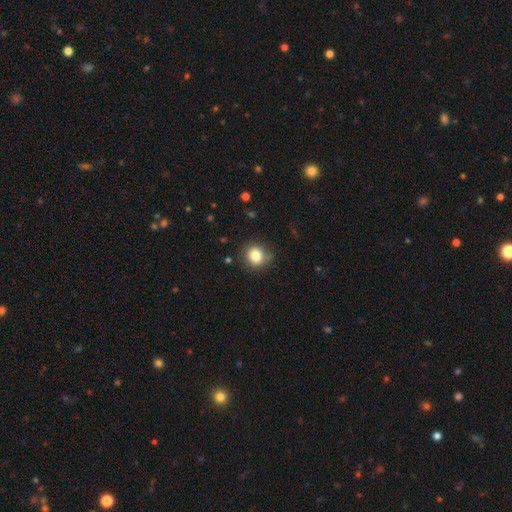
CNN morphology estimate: Q: Smooth or featured?
A: smooth (82%); runner-up: star or artifact (11%)
Q: How rounded?
A: round (79%); runner-up: in between (20%)
Q: Merging?
A: none (78%); runner-up: minor disturbance (16%)